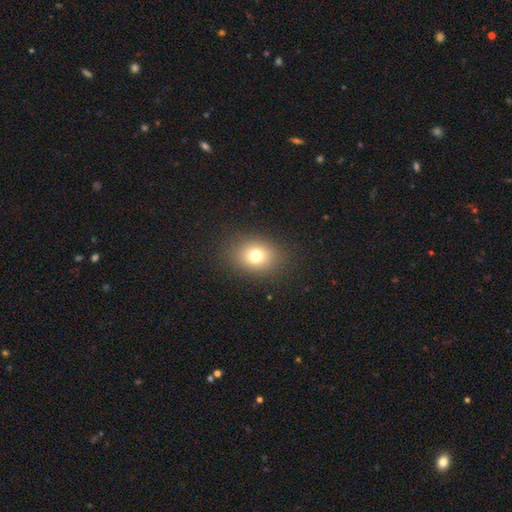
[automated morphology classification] smooth-or-featured: smooth: 75% | star or artifact: 14% | featured or disk: 11%
  how-rounded: round: 51% | in between: 48% | cigar-shaped: 1%
  merging: none: 87% | minor disturbance: 8% | major disturbance: 4% | merger: 1%